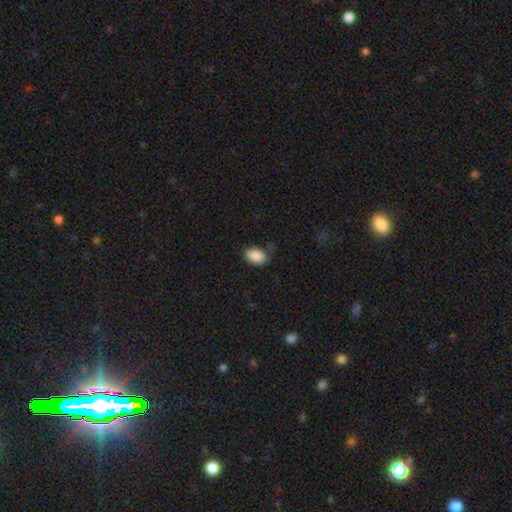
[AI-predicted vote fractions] This appears to be a smooth galaxy with no disk features (89%) that is in between round and cigar-shaped (89%). Merging: none (79%).